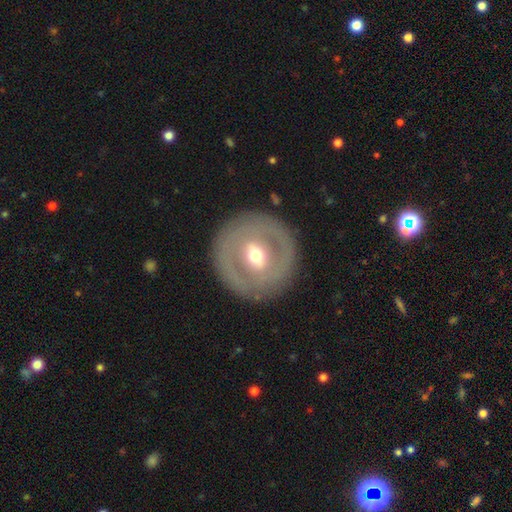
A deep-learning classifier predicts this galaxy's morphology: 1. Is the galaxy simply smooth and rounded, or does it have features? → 64% featured or disk, 30% smooth, 6% star or artifact.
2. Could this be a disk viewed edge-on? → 91% no, 9% yes.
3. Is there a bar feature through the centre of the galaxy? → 40% weak, 35% strong, 25% no.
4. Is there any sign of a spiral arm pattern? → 77% no, 23% yes.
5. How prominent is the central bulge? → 66% moderate, 26% small, 6% large, 1% dominant, 1% none.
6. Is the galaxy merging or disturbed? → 86% none, 8% minor disturbance, 4% major disturbance, 1% merger.